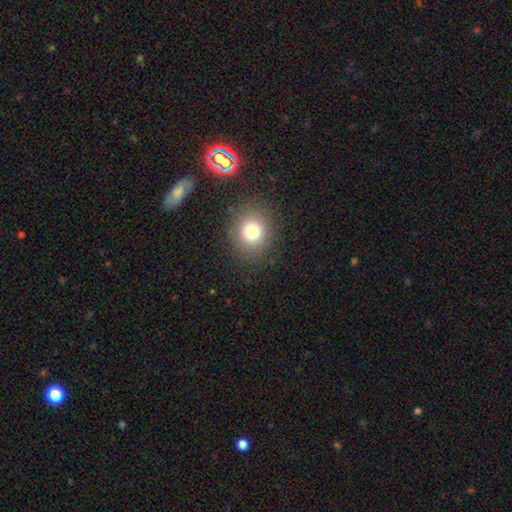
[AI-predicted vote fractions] A smooth galaxy with no disk features (69%) that is round (81%).

Vote fractions:
- Smooth or featured? smooth: 69% / star or artifact: 22% / featured or disk: 9%
- How rounded? round: 81% / in between: 18% / cigar-shaped: 1%
- Merging? none: 87% / minor disturbance: 7% / merger: 3% / major disturbance: 3%